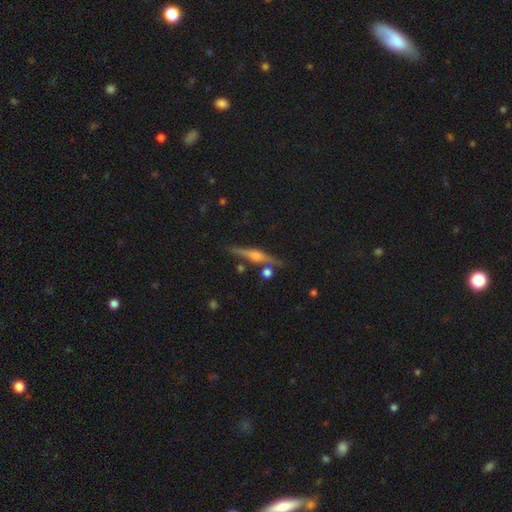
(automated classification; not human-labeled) Smooth or featured: featured or disk — 76% (smooth — 16%)
Edge-on disk: yes — 97% (no — 3%)
Edge-on bulge: rounded — 84% (boxy — 10%)
Merging: none — 83% (minor disturbance — 9%)